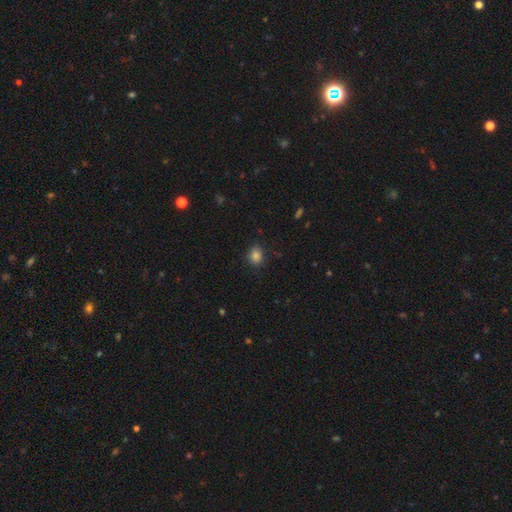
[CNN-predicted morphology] smooth-or-featured: smooth: 84% | star or artifact: 11% | featured or disk: 5%
  how-rounded: round: 64% | in between: 35% | cigar-shaped: 1%
  merging: none: 86% | minor disturbance: 11% | major disturbance: 3% | merger: 1%